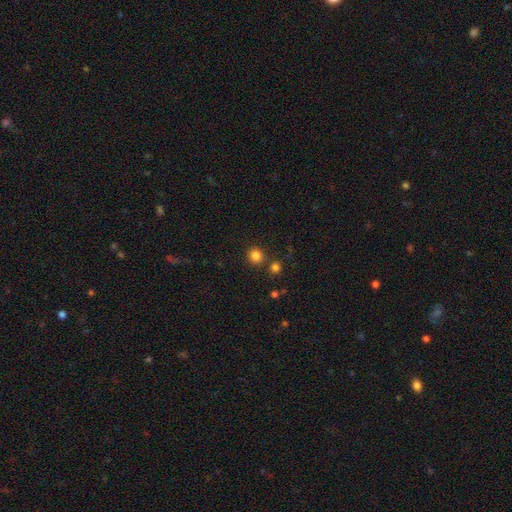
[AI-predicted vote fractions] Smooth or featured? Predicted: smooth (p=0.82). How rounded? Predicted: round (p=0.88). Merging? Predicted: none (p=0.81).